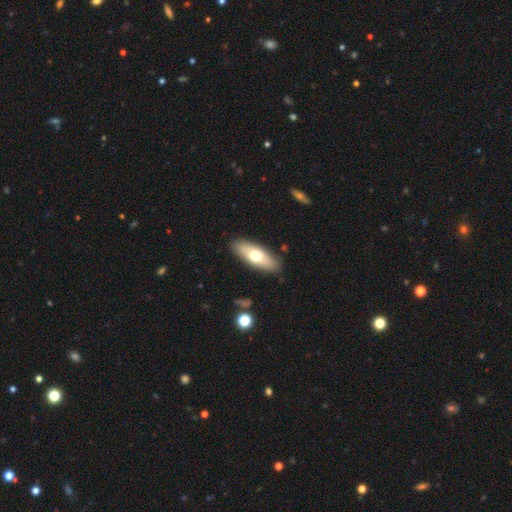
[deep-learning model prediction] Smooth or featured?
  - smooth: 64% *
  - featured or disk: 30%
  - star or artifact: 6%
How rounded?
  - in between: 62% *
  - cigar-shaped: 36%
  - round: 2%
Merging?
  - none: 88% *
  - minor disturbance: 9%
  - major disturbance: 2%
  - merger: 1%